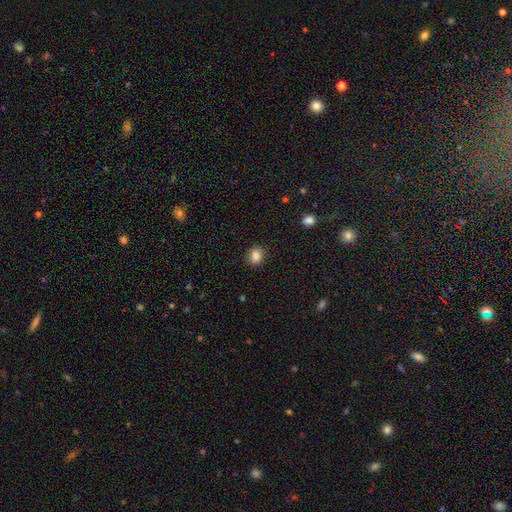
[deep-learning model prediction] Smooth or featured: smooth — 86% (star or artifact — 10%)
How rounded: round — 64% (in between — 35%)
Merging: none — 89% (minor disturbance — 7%)